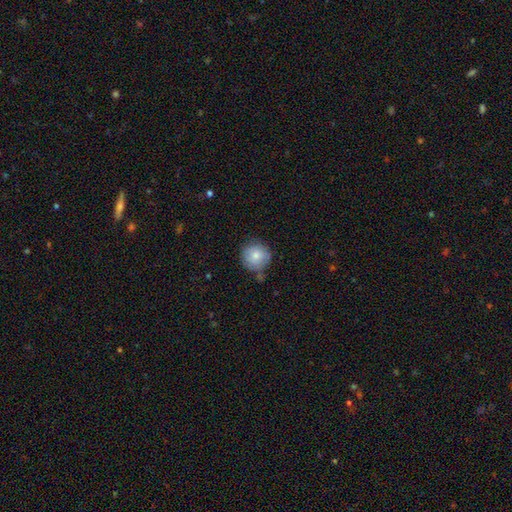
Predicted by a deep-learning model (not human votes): Smooth or featured: smooth — 79% (featured or disk — 14%)
How rounded: round — 93% (in between — 6%)
Merging: none — 74% (minor disturbance — 18%)